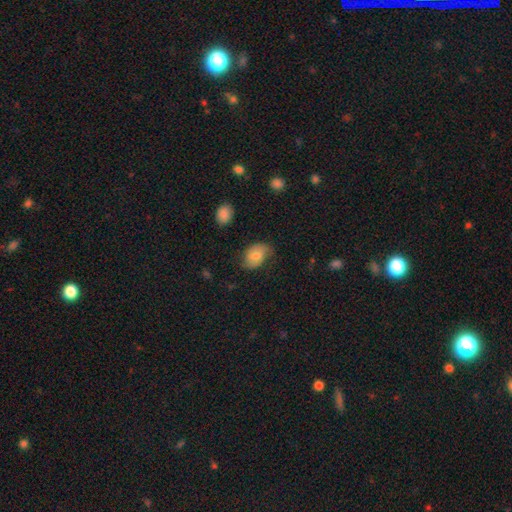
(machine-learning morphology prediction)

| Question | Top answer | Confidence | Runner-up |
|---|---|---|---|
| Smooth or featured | smooth | 72% | featured or disk (20%) |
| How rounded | in between | 83% | round (16%) |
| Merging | none | 60% | minor disturbance (29%) |